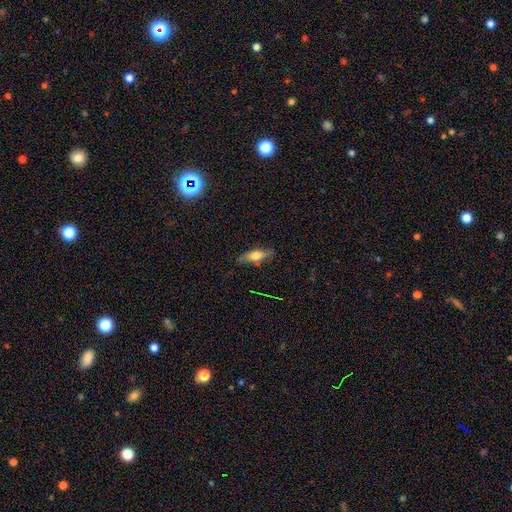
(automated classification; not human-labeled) smooth_or_featured: smooth (p=0.60) [alt: featured or disk p=0.32]
how_rounded: in between (p=0.52) [alt: cigar-shaped p=0.45]
merging: none (p=0.78) [alt: minor disturbance p=0.17]